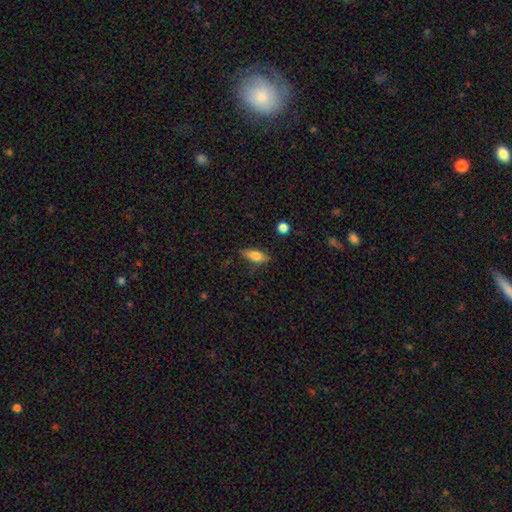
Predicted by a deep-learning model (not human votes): smooth-or-featured: smooth: 76% | featured or disk: 16% | star or artifact: 8%
  how-rounded: in between: 72% | cigar-shaped: 24% | round: 4%
  merging: none: 75% | minor disturbance: 18% | major disturbance: 4% | merger: 2%